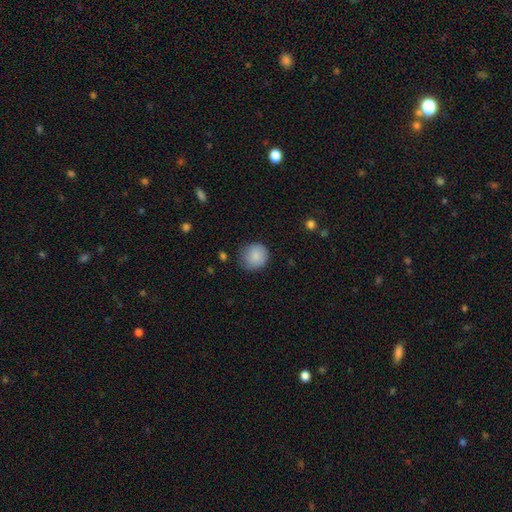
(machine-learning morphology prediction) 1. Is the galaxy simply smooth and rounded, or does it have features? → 86% smooth, 7% star or artifact, 7% featured or disk.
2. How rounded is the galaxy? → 90% round, 9% in between, 1% cigar-shaped.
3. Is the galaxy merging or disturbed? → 76% none, 19% minor disturbance, 4% major disturbance, 1% merger.